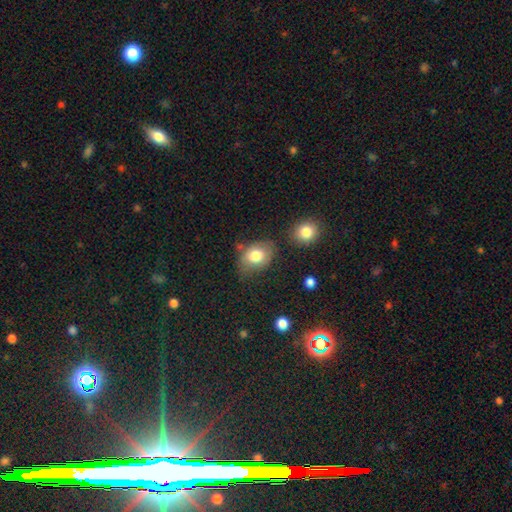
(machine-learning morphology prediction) Smooth or featured? smooth (79%)
How rounded? in between (67%)
Merging? none (59%)